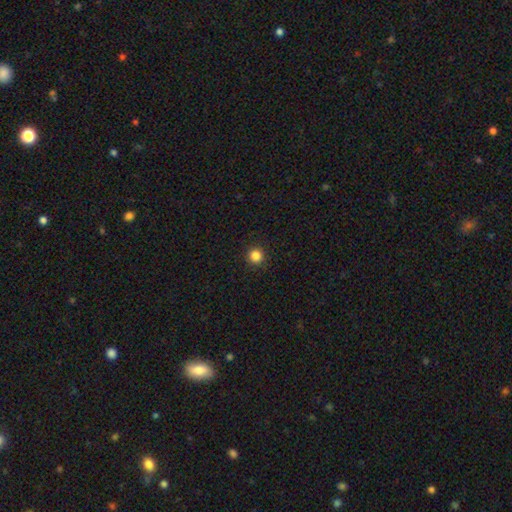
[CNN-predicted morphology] Overall: smooth (85%). How rounded: round (96%). Merging: none (93%).